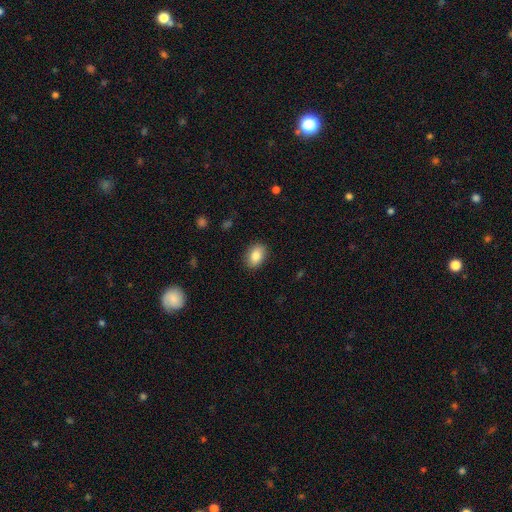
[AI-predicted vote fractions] A smooth galaxy with no disk features (85%) that is in between round and cigar-shaped (82%).

Vote fractions:
- Smooth or featured? smooth: 85% / featured or disk: 8% / star or artifact: 8%
- How rounded? in between: 82% / round: 17% / cigar-shaped: 1%
- Merging? none: 88% / minor disturbance: 9% / major disturbance: 2% / merger: 1%